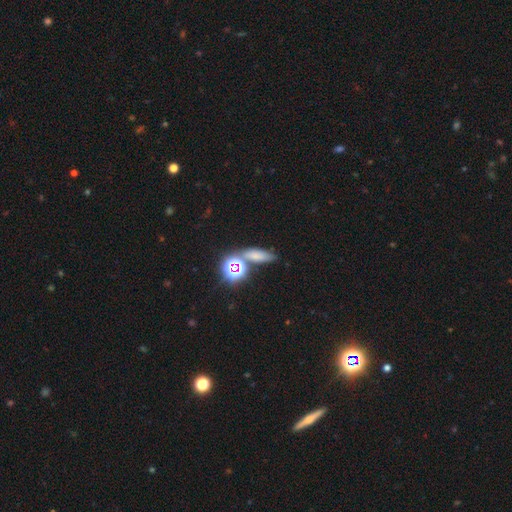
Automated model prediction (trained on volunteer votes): Smooth or featured: smooth — 59% (star or artifact — 28%)
How rounded: in between — 47% (cigar-shaped — 37%)
Merging: none — 67% (merger — 15%)